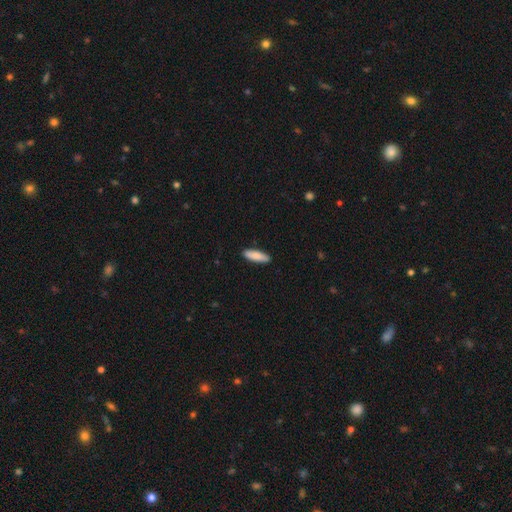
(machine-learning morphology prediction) A smooth galaxy with no disk features (85%) that is cigar-shaped (60%). Merging: none (89%).